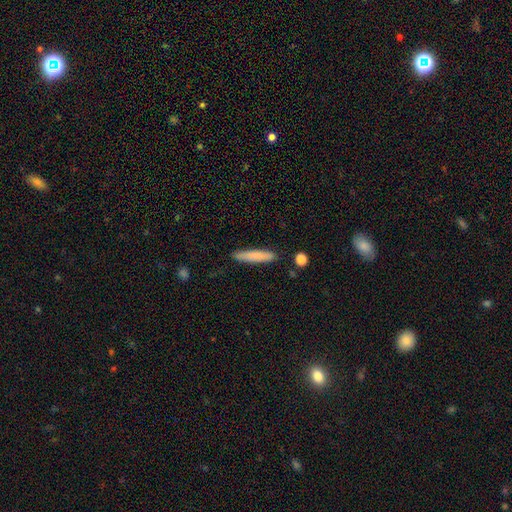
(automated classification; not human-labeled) The model was most divided on "smooth or featured": smooth: 79%, featured or disk: 15%, star or artifact: 6%. More confident: how rounded — cigar-shaped (90%); merging — none (86%).